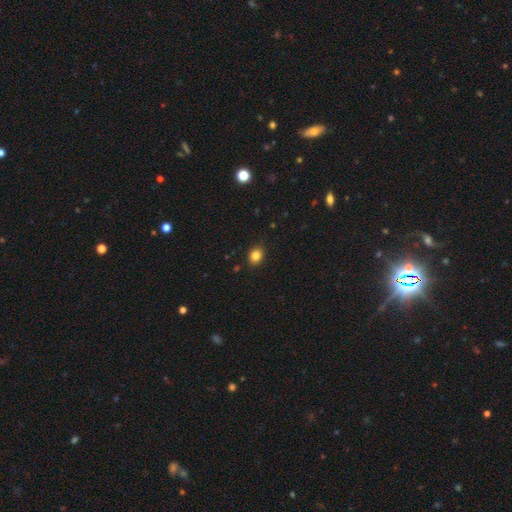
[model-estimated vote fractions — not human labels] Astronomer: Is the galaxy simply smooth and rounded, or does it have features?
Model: smooth — 83%.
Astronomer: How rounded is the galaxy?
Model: round — 53% (runner-up: in between, 46%).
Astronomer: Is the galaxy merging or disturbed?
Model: none — 88%.